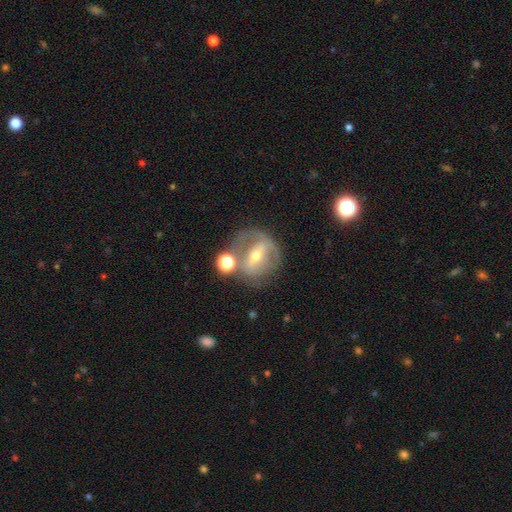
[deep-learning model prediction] This appears to be a featured or disk galaxy (68%) with a strong bar (50%), no spiral arms (52%) and a moderate central bulge (49%). Merging: none (53%).